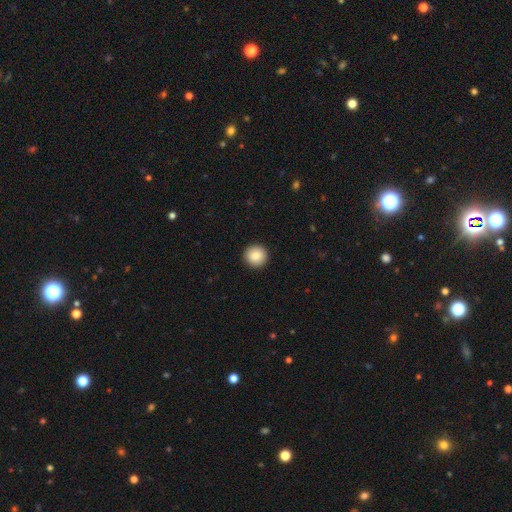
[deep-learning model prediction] smooth-or-featured: smooth: 86% | star or artifact: 8% | featured or disk: 5%
  how-rounded: round: 95% | in between: 4% | cigar-shaped: 1%
  merging: none: 93% | minor disturbance: 4% | major disturbance: 2% | merger: 1%